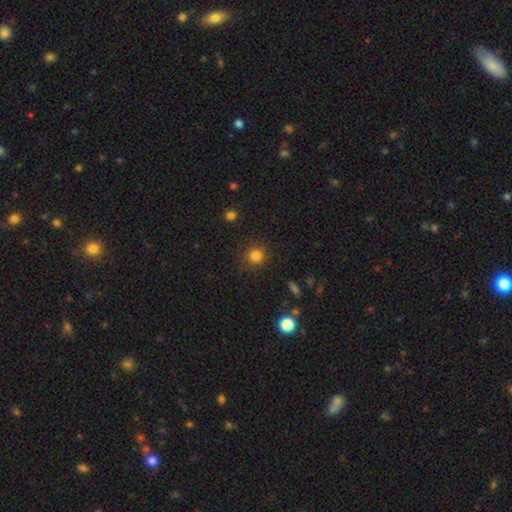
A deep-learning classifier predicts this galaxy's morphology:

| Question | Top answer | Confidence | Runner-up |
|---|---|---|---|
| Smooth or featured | smooth | 81% | star or artifact (13%) |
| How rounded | round | 92% | in between (7%) |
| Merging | none | 86% | minor disturbance (9%) |